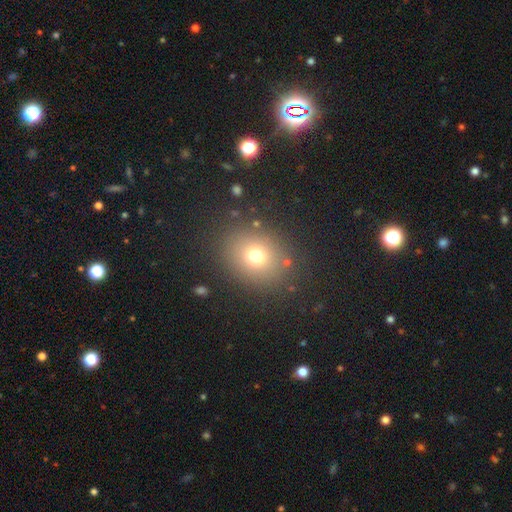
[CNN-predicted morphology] smooth 71%, star or artifact 18%, featured or disk 11%. Down the decision tree: how rounded — round (66%); merging — none (84%).